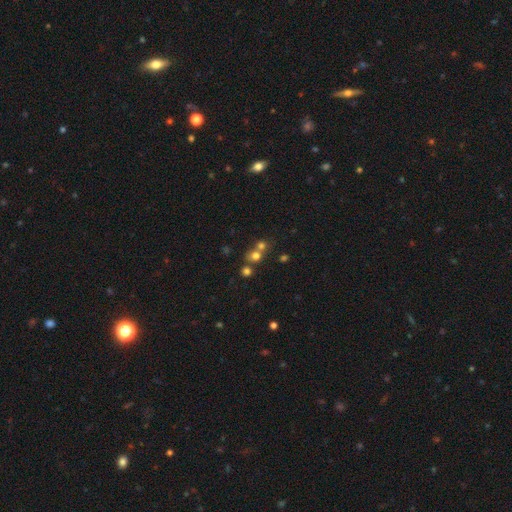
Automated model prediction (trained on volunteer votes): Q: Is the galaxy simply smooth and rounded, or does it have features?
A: smooth — 68%.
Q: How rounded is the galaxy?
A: round — 81%.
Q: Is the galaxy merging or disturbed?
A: merger — 47%.